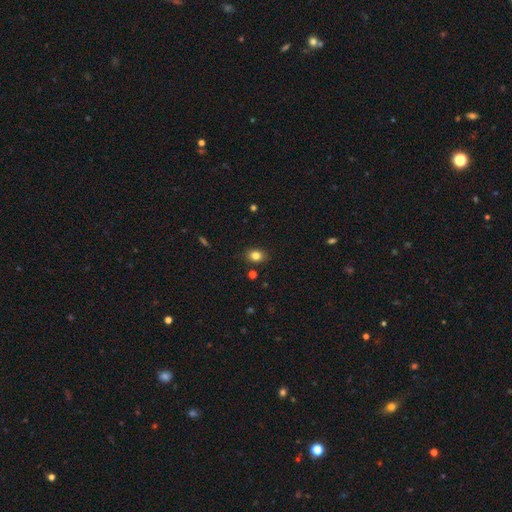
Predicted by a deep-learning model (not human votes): smooth-or-featured: smooth: 82% | star or artifact: 11% | featured or disk: 7%
  how-rounded: in between: 57% | round: 42% | cigar-shaped: 1%
  merging: none: 86% | minor disturbance: 10% | major disturbance: 2% | merger: 2%